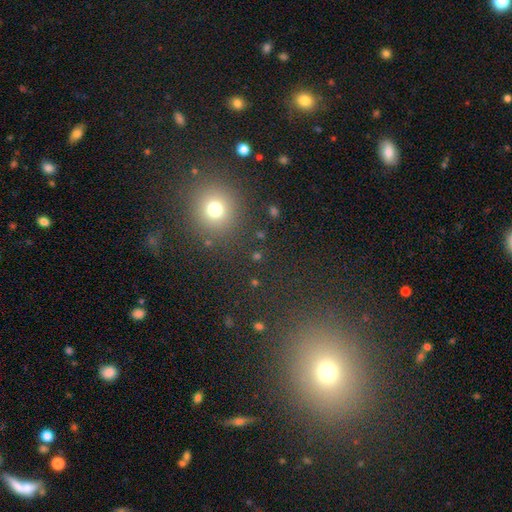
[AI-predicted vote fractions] Smooth or featured: smooth — 58% (star or artifact — 34%)
How rounded: round — 89% (in between — 10%)
Merging: none — 89% (minor disturbance — 6%)